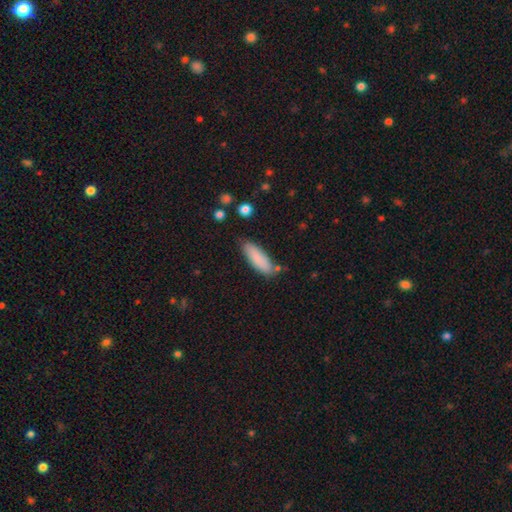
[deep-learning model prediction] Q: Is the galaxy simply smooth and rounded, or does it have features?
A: smooth — 86%.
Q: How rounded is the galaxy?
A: in between — 54%.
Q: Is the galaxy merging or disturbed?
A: none — 77%.